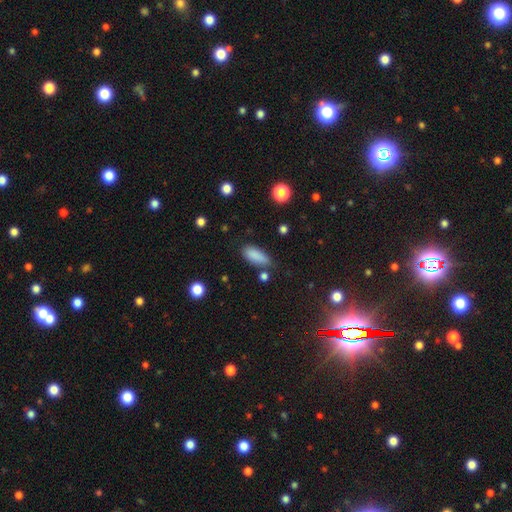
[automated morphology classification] The model was most divided on "merging": none: 70%, minor disturbance: 20%, major disturbance: 5%, merger: 5%. More confident: smooth or featured — smooth (86%); how rounded — in between (78%).